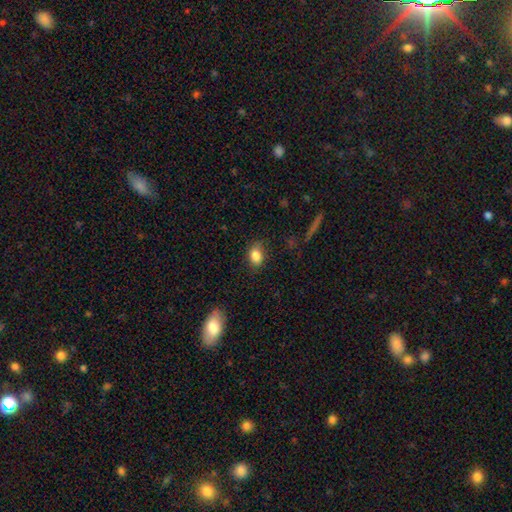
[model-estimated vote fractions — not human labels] smooth 84%, star or artifact 9%, featured or disk 7%. Down the decision tree: how rounded — in between (70%); merging — none (78%).